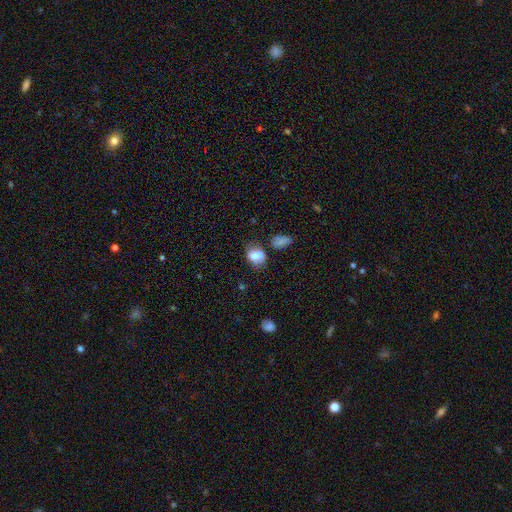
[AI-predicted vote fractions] This appears to be a smooth galaxy with no disk features (70%) that is in between round and cigar-shaped (66%). Merging: none (53%).